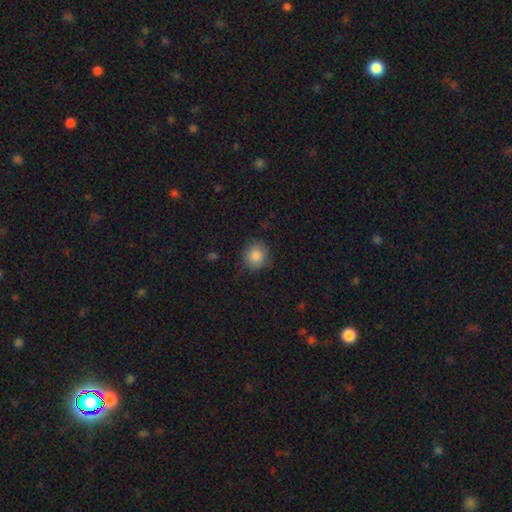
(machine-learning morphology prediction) smooth_or_featured: smooth (p=0.86) [alt: star or artifact p=0.09]
how_rounded: round (p=0.90) [alt: in between p=0.09]
merging: none (p=0.82) [alt: minor disturbance p=0.13]